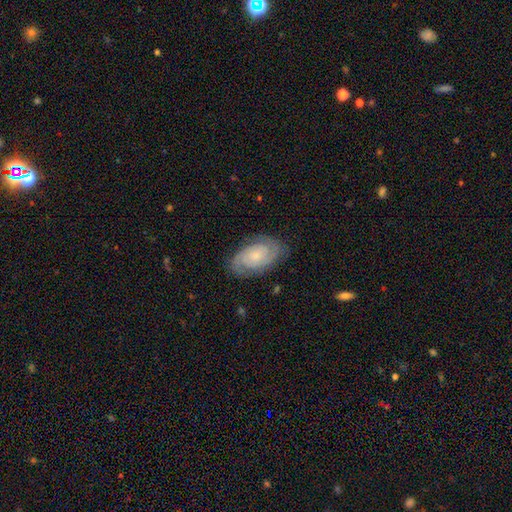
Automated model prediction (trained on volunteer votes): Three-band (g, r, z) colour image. It shows a featured or disk galaxy (76%) with no bar (70%), 2 (73%) tight (61%) spiral arms (95%) and a small central bulge (61%). Merging: none (80%).